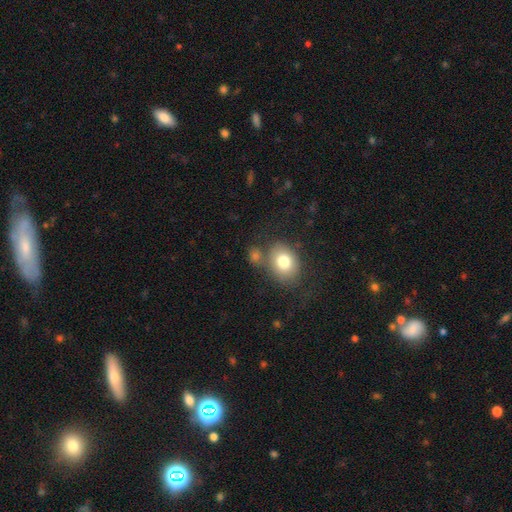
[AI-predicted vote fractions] A smooth galaxy with no disk features (75%) that is in between round and cigar-shaped (52%).

Vote fractions:
- Smooth or featured? smooth: 75% / featured or disk: 13% / star or artifact: 11%
- How rounded? in between: 52% / round: 47% / cigar-shaped: 1%
- Merging? none: 60% / merger: 18% / minor disturbance: 15% / major disturbance: 7%